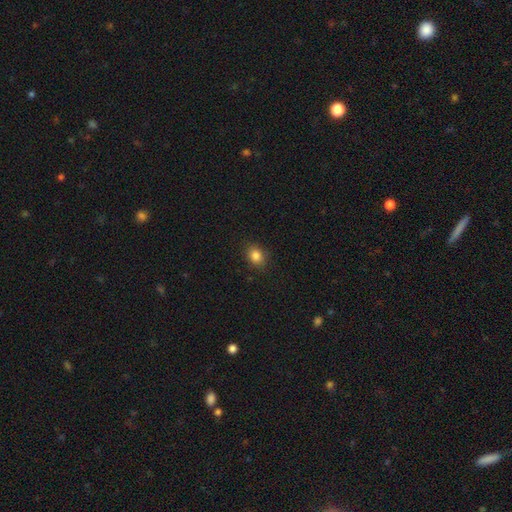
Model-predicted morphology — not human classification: This appears to be a smooth galaxy with no disk features (84%) that is round (55%). Merging: none (87%).